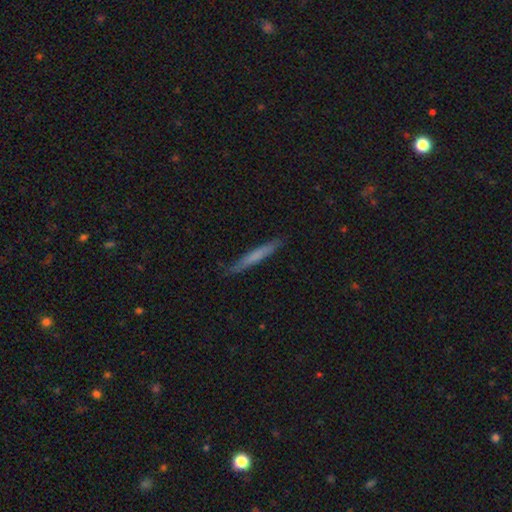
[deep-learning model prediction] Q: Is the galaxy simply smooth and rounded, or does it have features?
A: smooth — 63%.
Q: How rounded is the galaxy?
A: cigar-shaped — 96%.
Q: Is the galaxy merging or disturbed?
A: none — 87%.